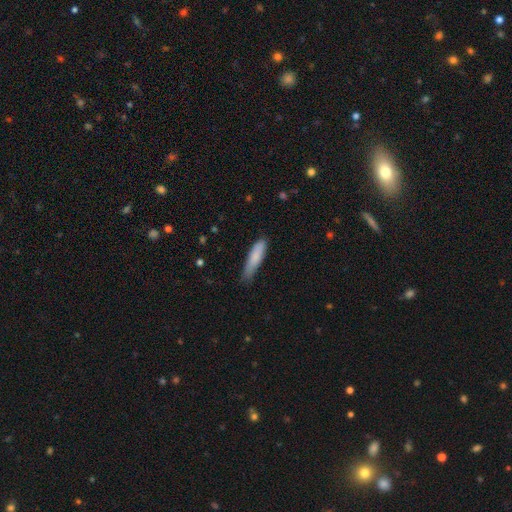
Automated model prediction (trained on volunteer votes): Morphology: type=smooth (82%); roundness=cigar-shaped (75%); merging=none (65%).